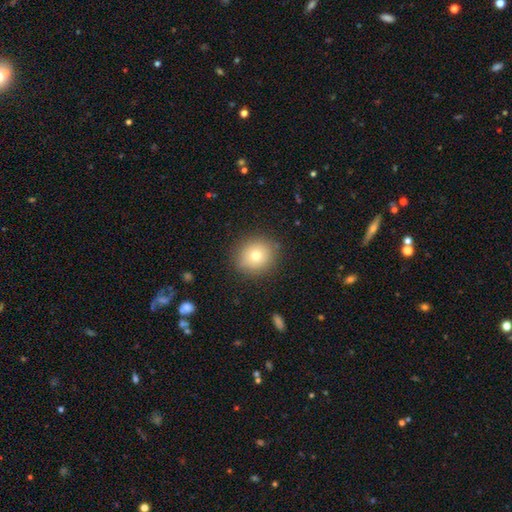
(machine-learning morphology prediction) This is likely a smooth galaxy (76%). How rounded: clearly round (88%). Merging: clearly none (88%).